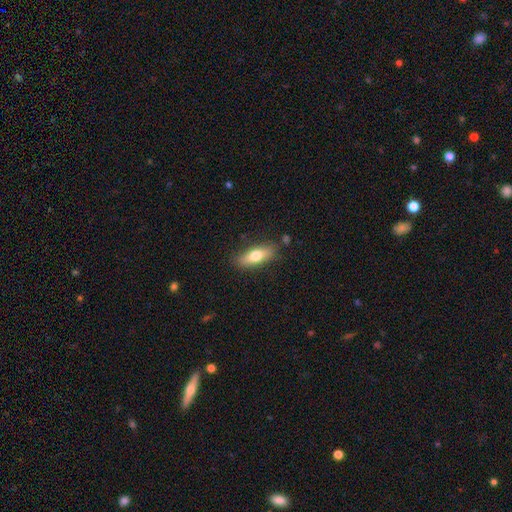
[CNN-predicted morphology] Overall: smooth (69%). How rounded: in between (60%; cigar-shaped 37%). Merging: none (81%).